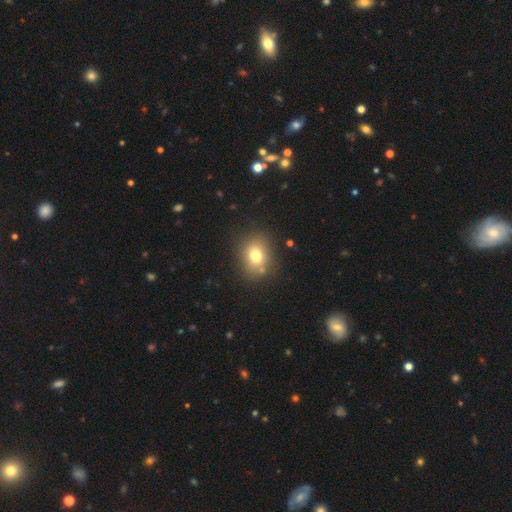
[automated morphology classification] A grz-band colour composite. It shows a smooth galaxy with no disk features (74%) that is round (52%). Merging: none (80%).